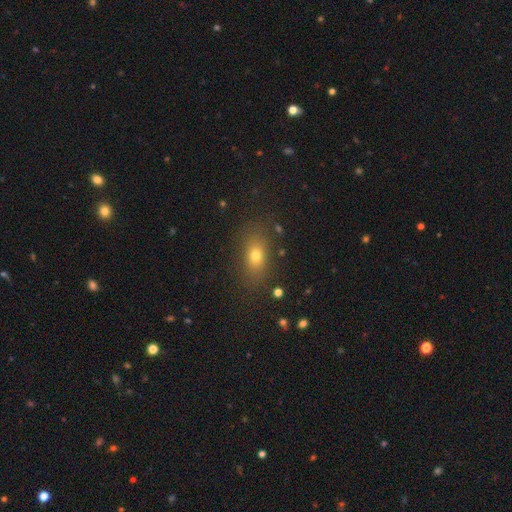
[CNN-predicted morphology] This appears to be a smooth galaxy with no disk features (70%) that is in between round and cigar-shaped (73%). Merging: none (82%).